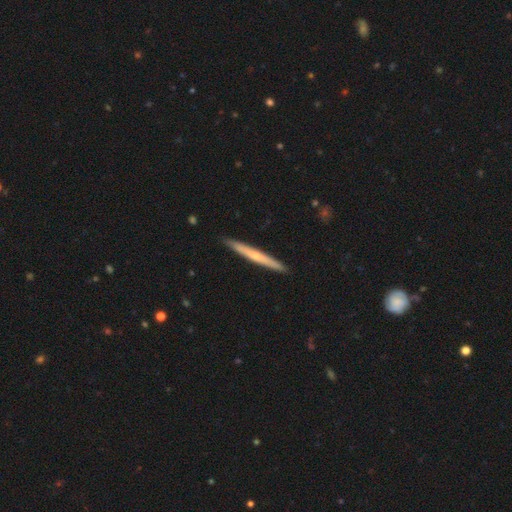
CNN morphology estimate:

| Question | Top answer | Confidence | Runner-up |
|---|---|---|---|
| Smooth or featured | featured or disk | 50% | smooth (45%) |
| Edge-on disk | yes | 96% | no (4%) |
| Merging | none | 91% | minor disturbance (6%) |